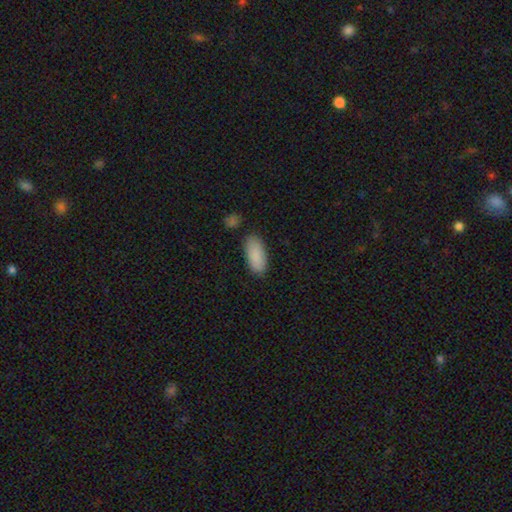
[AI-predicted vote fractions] Smooth or featured?
  - smooth: 89% *
  - star or artifact: 6%
  - featured or disk: 5%
How rounded?
  - in between: 89% *
  - cigar-shaped: 9%
  - round: 2%
Merging?
  - none: 81% *
  - minor disturbance: 13%
  - major disturbance: 3%
  - merger: 3%